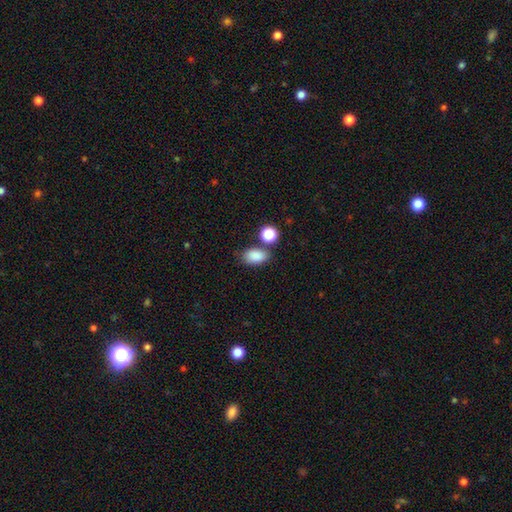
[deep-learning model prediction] smooth_or_featured: smooth (p=0.86) [alt: star or artifact p=0.09]
how_rounded: in between (p=0.87) [alt: round p=0.12]
merging: none (p=0.68) [alt: minor disturbance p=0.15]